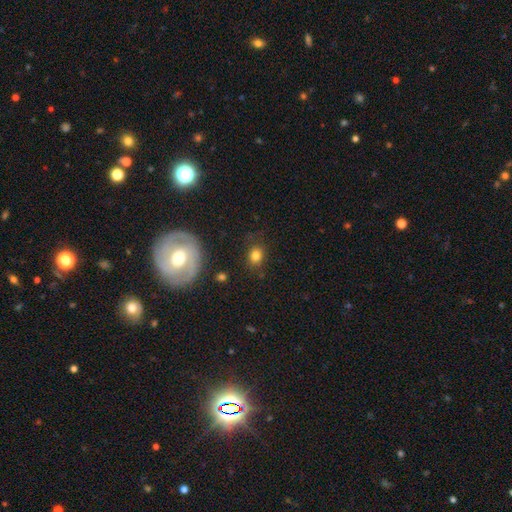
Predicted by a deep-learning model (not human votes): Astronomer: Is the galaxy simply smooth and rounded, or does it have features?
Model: smooth — 80%.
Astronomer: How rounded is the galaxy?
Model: round — 59% (runner-up: in between, 39%).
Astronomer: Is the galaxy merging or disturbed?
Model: none — 79%.